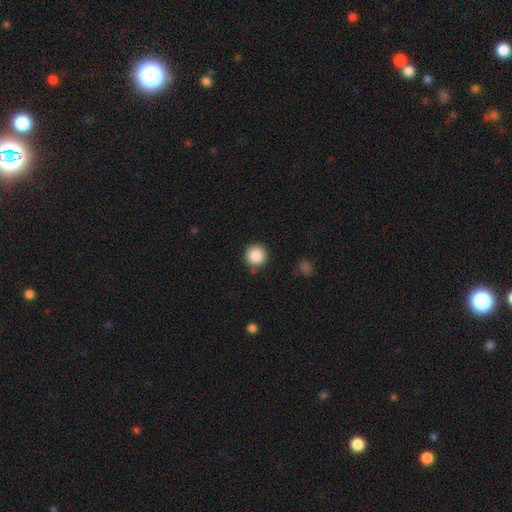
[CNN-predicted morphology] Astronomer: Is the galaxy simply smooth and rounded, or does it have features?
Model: smooth — 87%.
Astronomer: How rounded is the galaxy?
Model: round — 95%.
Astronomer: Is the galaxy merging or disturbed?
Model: none — 86%.